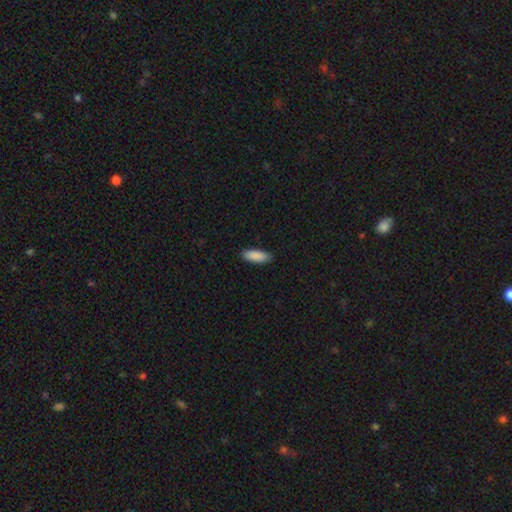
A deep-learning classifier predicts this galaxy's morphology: Q: Smooth or featured?
A: smooth (90%); runner-up: star or artifact (6%)
Q: How rounded?
A: in between (70%); runner-up: cigar-shaped (29%)
Q: Merging?
A: none (88%); runner-up: minor disturbance (9%)